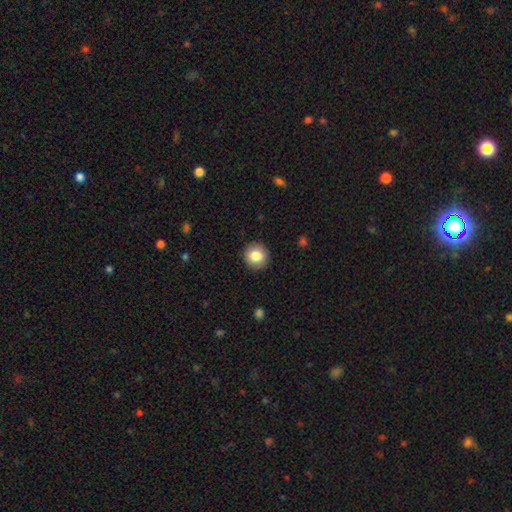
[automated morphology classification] Smooth or featured? Predicted: smooth (p=0.83). How rounded? Predicted: round (p=0.93). Merging? Predicted: none (p=0.92).